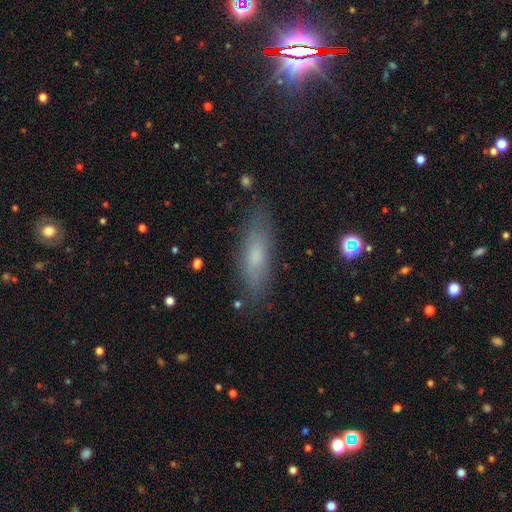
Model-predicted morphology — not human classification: smooth-or-featured: smooth: 69% | featured or disk: 23% | star or artifact: 8%
  how-rounded: in between: 56% | cigar-shaped: 42% | round: 2%
  merging: none: 81% | minor disturbance: 14% | major disturbance: 4% | merger: 2%